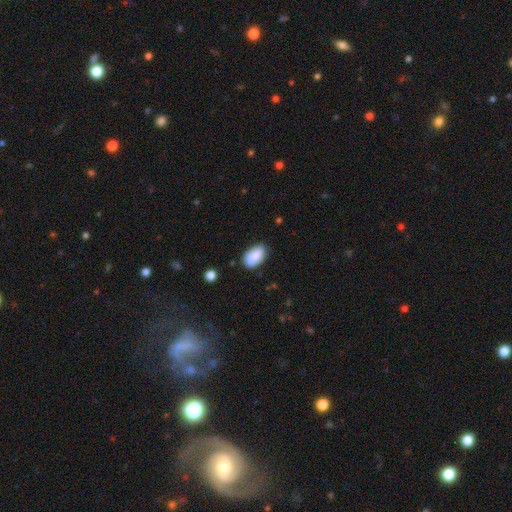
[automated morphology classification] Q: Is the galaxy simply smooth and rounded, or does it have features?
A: smooth — 86%.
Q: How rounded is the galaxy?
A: in between — 93%.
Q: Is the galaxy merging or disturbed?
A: none — 76%.